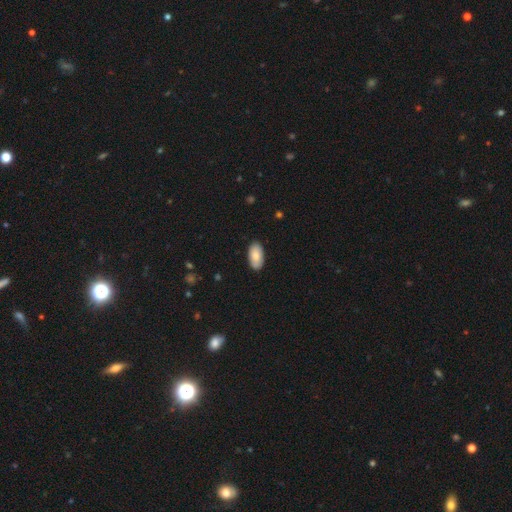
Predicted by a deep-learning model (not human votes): Smooth or featured? Predicted: smooth (p=0.84). How rounded? Predicted: in between (p=0.95). Merging? Predicted: none (p=0.88).